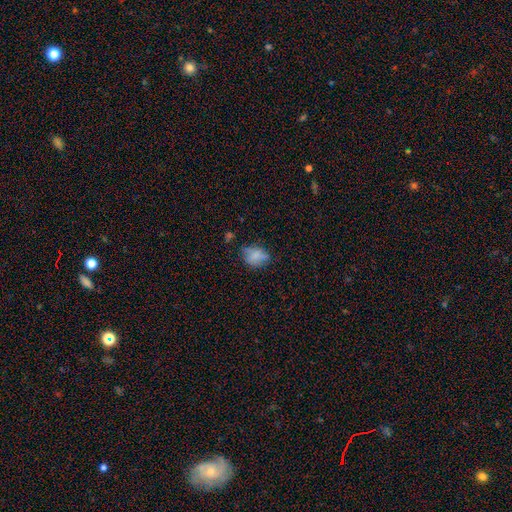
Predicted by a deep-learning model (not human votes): A smooth galaxy with no disk features (72%) that is in between round and cigar-shaped (61%).

Vote fractions:
- Smooth or featured? smooth: 72% / featured or disk: 16% / star or artifact: 13%
- How rounded? in between: 61% / round: 37% / cigar-shaped: 2%
- Merging? none: 59% / minor disturbance: 28% / major disturbance: 10% / merger: 3%